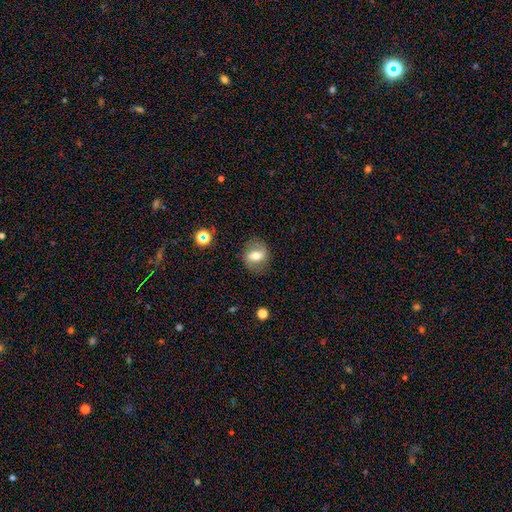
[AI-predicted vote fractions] featured or disk 48%, smooth 42%, star or artifact 10%. Down the decision tree: merging — none (82%).